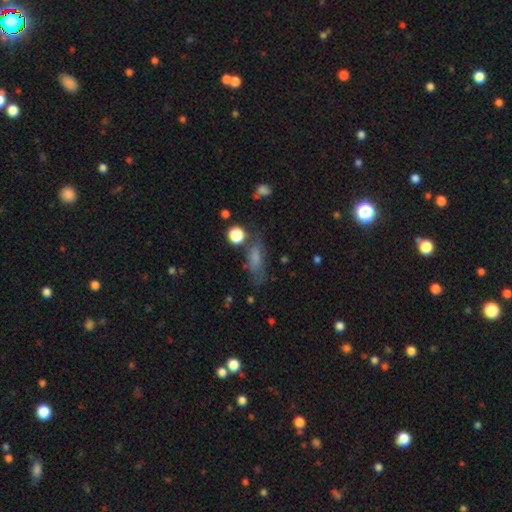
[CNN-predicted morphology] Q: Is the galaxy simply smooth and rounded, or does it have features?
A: smooth — 51%.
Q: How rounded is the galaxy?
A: in between — 55%.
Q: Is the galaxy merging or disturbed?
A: none — 60%.